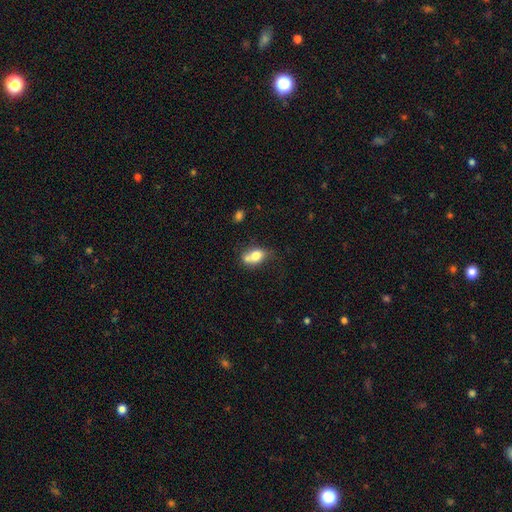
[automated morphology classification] Smooth or featured?
  - smooth: 73% *
  - featured or disk: 18%
  - star or artifact: 9%
How rounded?
  - in between: 69% *
  - round: 29%
  - cigar-shaped: 2%
Merging?
  - merger: 42% *
  - none: 33%
  - minor disturbance: 17%
  - major disturbance: 8%